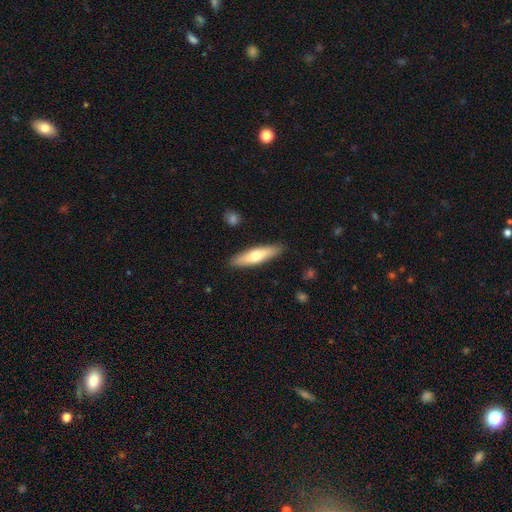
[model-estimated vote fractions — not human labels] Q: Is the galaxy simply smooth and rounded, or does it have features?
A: smooth — 57%.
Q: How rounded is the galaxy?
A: cigar-shaped — 71%.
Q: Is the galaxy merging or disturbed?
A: none — 88%.